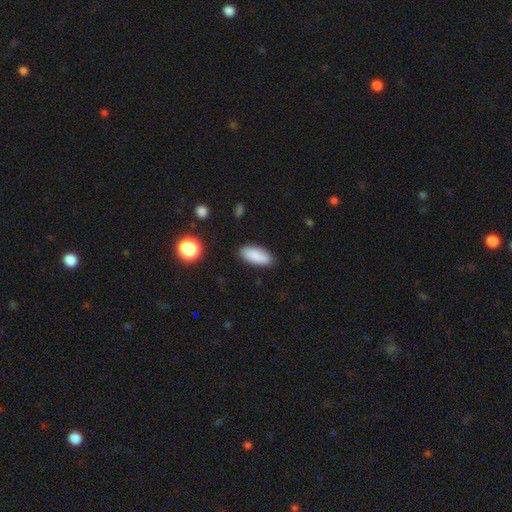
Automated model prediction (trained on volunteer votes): This appears to be a smooth galaxy with no disk features (86%) that is in between round and cigar-shaped (83%). Merging: none (84%).